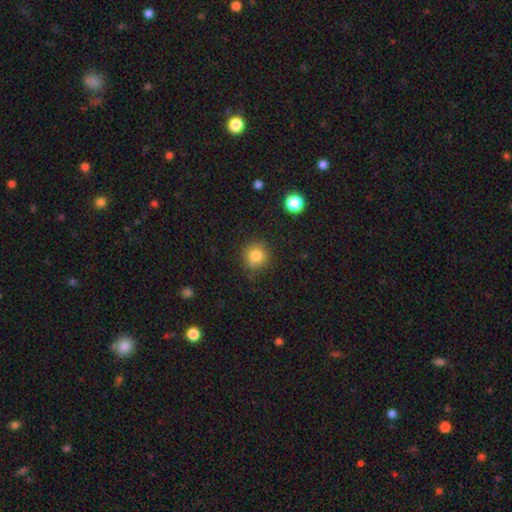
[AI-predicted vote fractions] Smooth or featured? smooth (82%)
How rounded? round (91%)
Merging? none (83%)